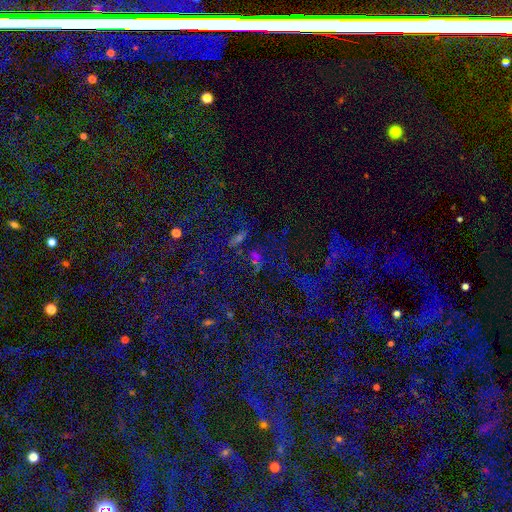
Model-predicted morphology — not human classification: Overall: star or artifact (55%; smooth 29%).